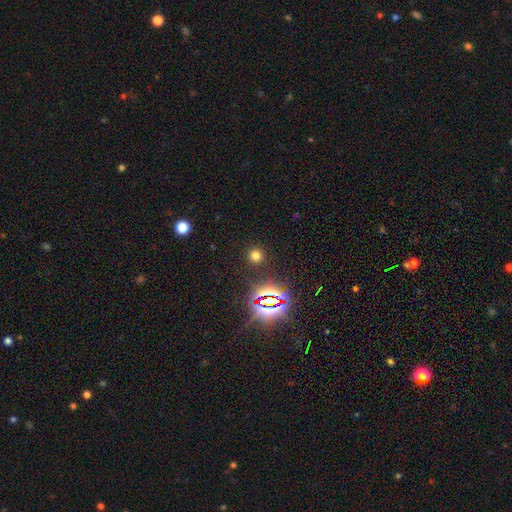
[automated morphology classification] Smooth or featured?
  - smooth: 67% *
  - star or artifact: 27%
  - featured or disk: 6%
How rounded?
  - round: 93% *
  - in between: 6%
  - cigar-shaped: 1%
Merging?
  - none: 90% *
  - minor disturbance: 5%
  - major disturbance: 3%
  - merger: 2%